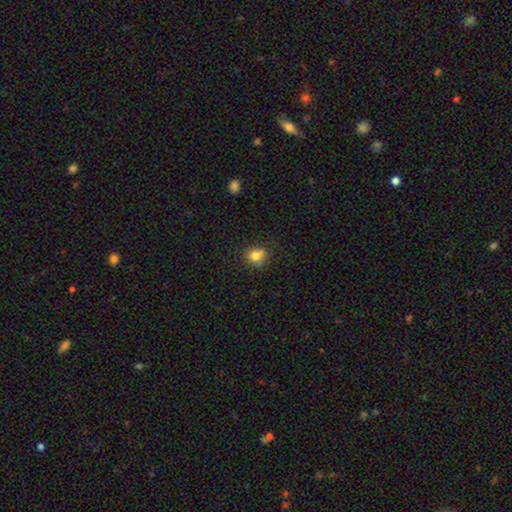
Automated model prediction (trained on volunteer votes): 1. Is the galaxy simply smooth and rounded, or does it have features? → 79% smooth, 12% star or artifact, 10% featured or disk.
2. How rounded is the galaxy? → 76% round, 23% in between, 1% cigar-shaped.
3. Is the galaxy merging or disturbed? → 63% none, 18% minor disturbance, 14% merger, 5% major disturbance.